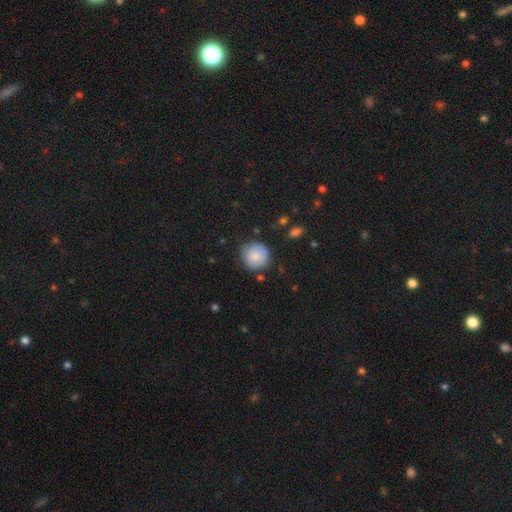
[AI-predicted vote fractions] smooth-or-featured: smooth: 85% | star or artifact: 8% | featured or disk: 7%
  how-rounded: round: 93% | in between: 6% | cigar-shaped: 1%
  merging: none: 80% | minor disturbance: 14% | major disturbance: 3% | merger: 2%